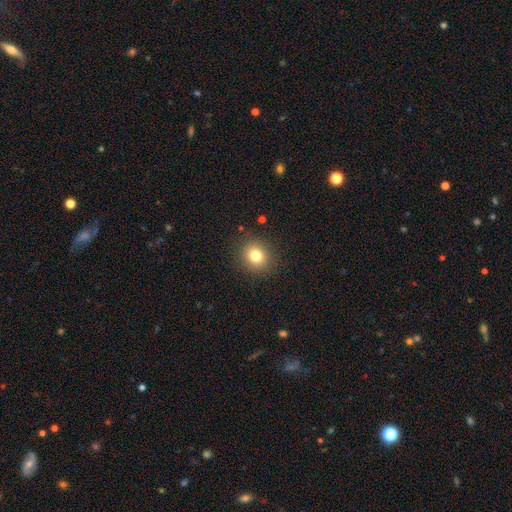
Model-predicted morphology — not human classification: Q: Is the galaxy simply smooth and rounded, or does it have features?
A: smooth — 79%.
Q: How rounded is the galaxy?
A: round — 81%.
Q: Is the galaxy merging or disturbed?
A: none — 89%.